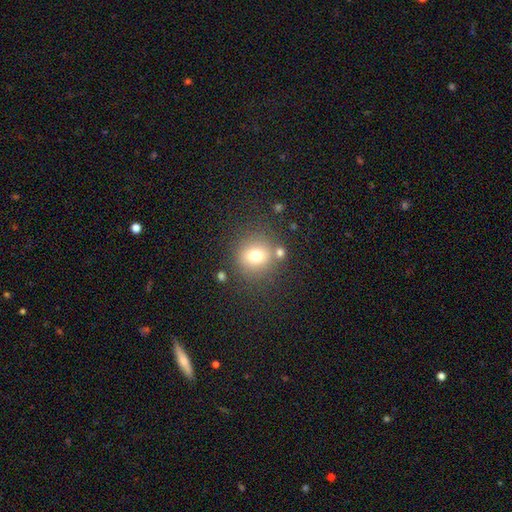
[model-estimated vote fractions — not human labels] Smooth or featured: smooth — 73% (star or artifact — 15%)
How rounded: round — 88% (in between — 11%)
Merging: none — 74% (minor disturbance — 11%)